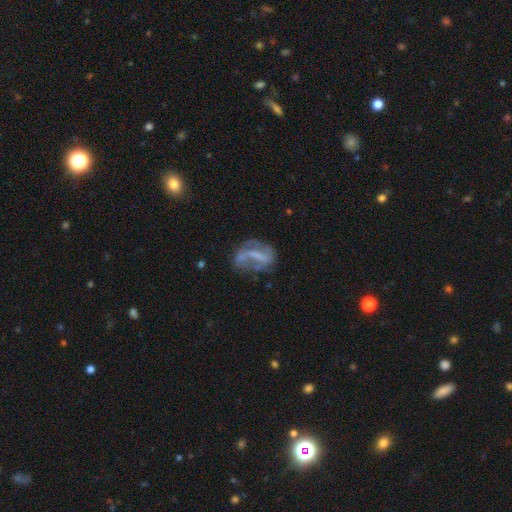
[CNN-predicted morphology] type=featured or disk (67%); edge-on=no (95%); bar=strong (44%); spiral arms=yes (61%); bulge=none (60%); merging=none (42%).